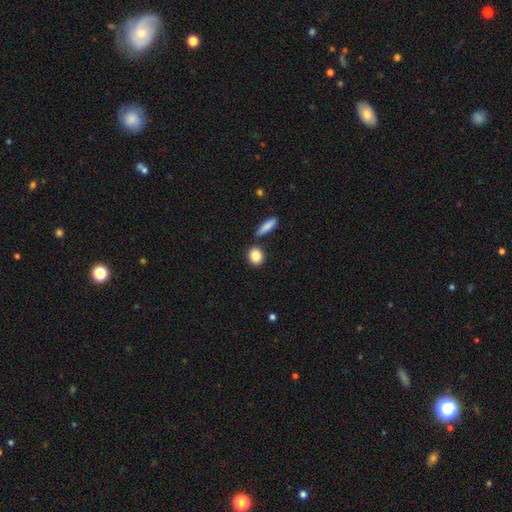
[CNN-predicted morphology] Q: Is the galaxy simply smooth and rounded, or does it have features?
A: smooth — 87%.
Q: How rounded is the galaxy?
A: round — 58%.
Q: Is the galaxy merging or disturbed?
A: none — 78%.